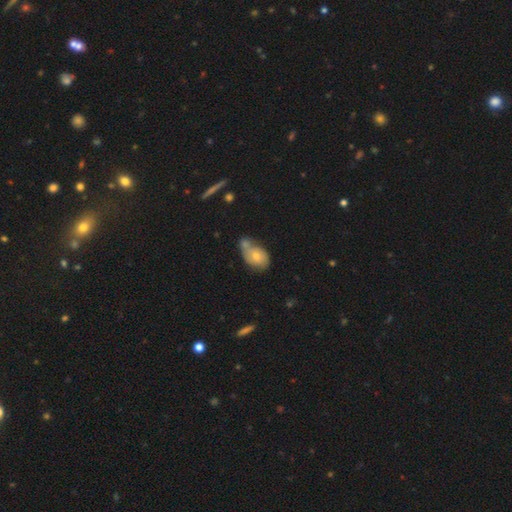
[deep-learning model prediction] This appears to be a smooth galaxy with no disk features (65%) that is in between round and cigar-shaped (78%). Merging: merger (47%).